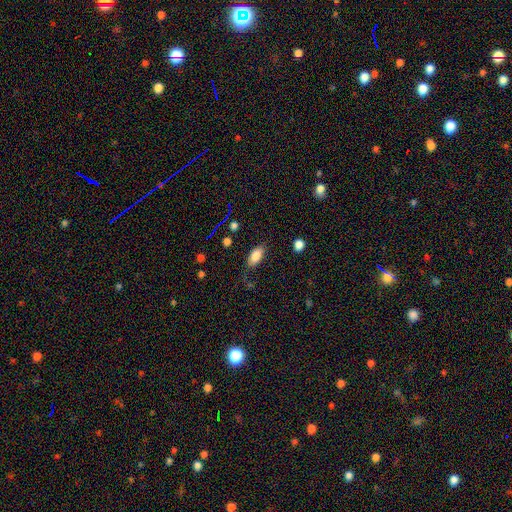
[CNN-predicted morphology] Q: Smooth or featured?
A: smooth (83%); runner-up: featured or disk (9%)
Q: How rounded?
A: in between (90%); runner-up: cigar-shaped (6%)
Q: Merging?
A: none (78%); runner-up: minor disturbance (16%)